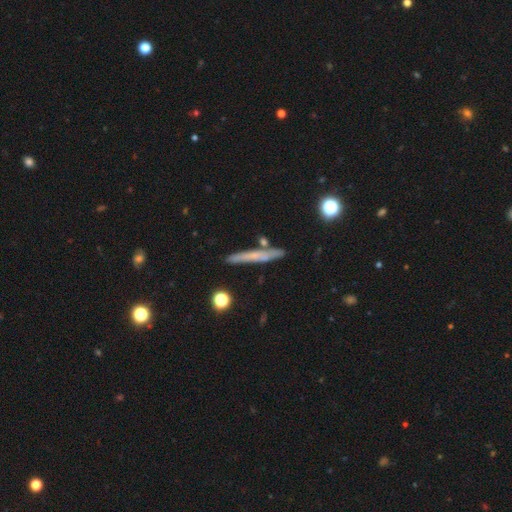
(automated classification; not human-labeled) Smooth or featured: smooth — 50% (featured or disk — 42%)
How rounded: cigar-shaped — 94% (in between — 4%)
Merging: none — 81% (minor disturbance — 11%)